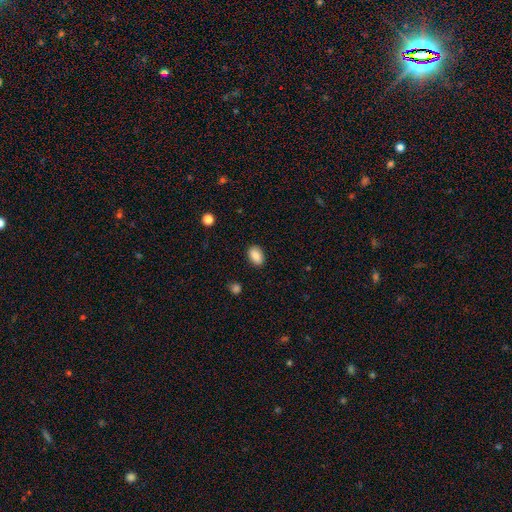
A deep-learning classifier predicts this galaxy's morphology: Smooth or featured? smooth (87%)
How rounded? in between (88%)
Merging? none (88%)